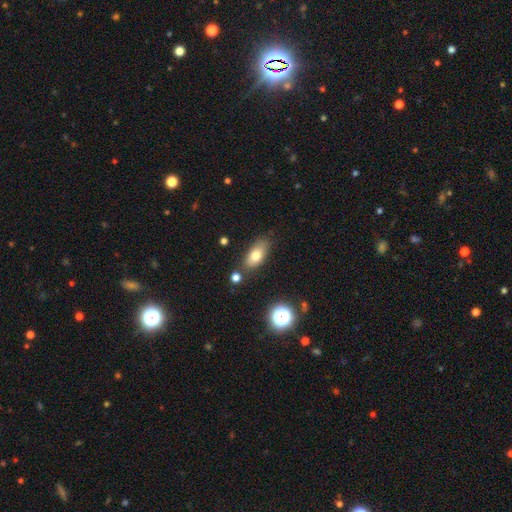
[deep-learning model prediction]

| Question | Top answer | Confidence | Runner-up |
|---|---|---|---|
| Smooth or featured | smooth | 74% | featured or disk (16%) |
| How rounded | in between | 83% | cigar-shaped (11%) |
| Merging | none | 76% | minor disturbance (14%) |